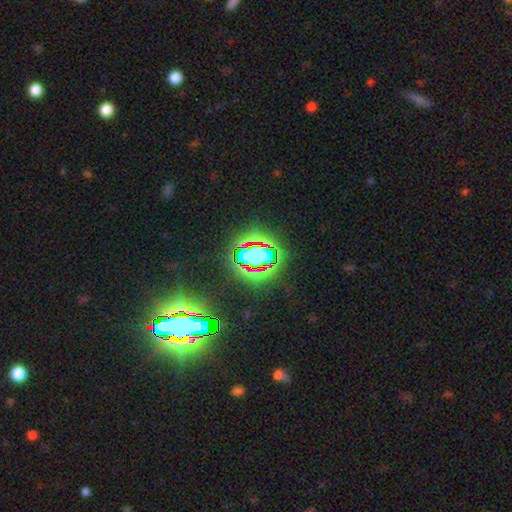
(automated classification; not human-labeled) This appears to be a star or artifact, not a galaxy (68%).